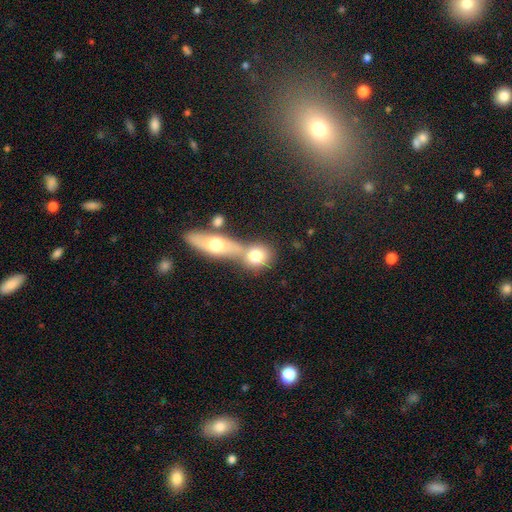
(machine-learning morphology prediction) Smooth or featured?
  - smooth: 74% *
  - featured or disk: 18%
  - star or artifact: 8%
How rounded?
  - round: 60% *
  - in between: 34%
  - cigar-shaped: 6%
Merging?
  - merger: 48% *
  - none: 40%
  - minor disturbance: 8%
  - major disturbance: 4%